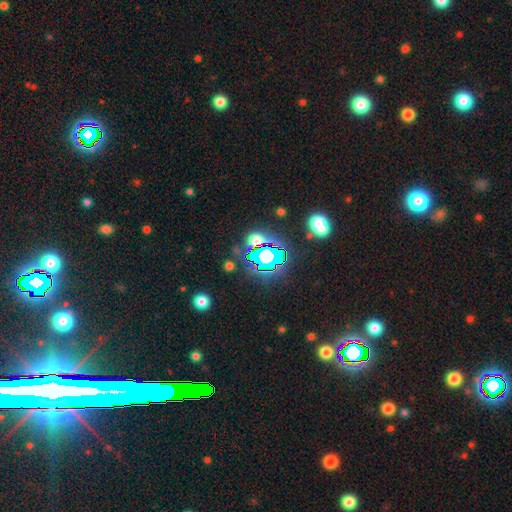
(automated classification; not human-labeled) smooth-or-featured: star or artifact: 80% | smooth: 12% | featured or disk: 8%